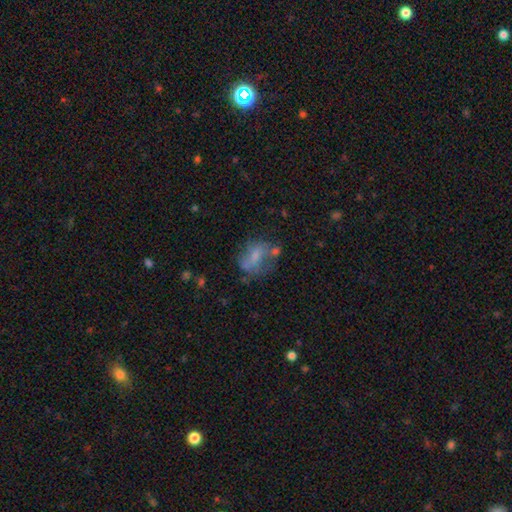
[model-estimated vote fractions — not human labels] Smooth or featured: smooth — 46% (featured or disk — 42%)
Merging: none — 37% (major disturbance — 27%)